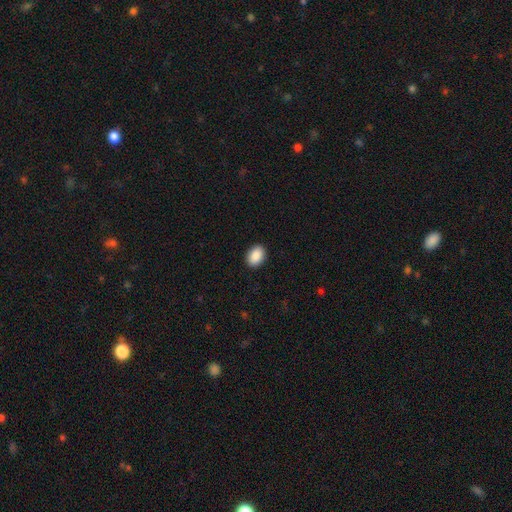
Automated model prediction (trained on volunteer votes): Morphology: type=smooth (90%); roundness=in between (79%); merging=none (91%).